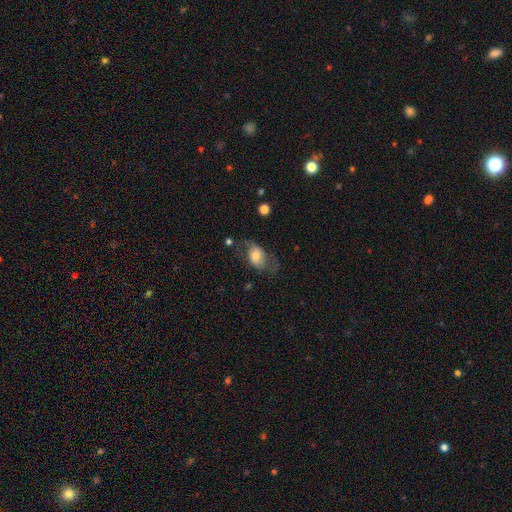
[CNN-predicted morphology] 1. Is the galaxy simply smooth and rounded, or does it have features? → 57% smooth, 35% featured or disk, 8% star or artifact.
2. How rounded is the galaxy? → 82% in between, 16% round, 2% cigar-shaped.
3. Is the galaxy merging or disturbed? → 50% none, 25% minor disturbance, 23% major disturbance, 3% merger.